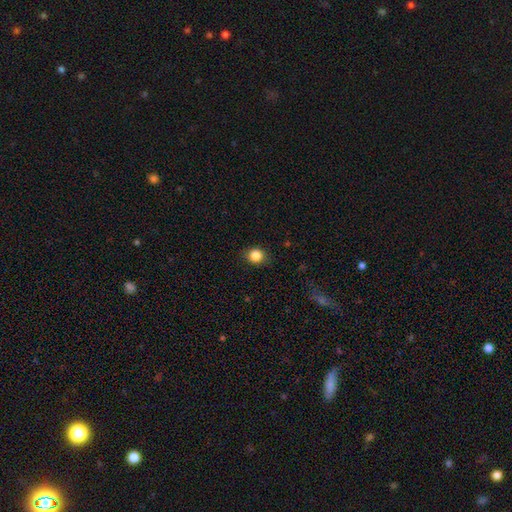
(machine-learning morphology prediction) type=smooth (85%); roundness=round (77%); merging=none (87%).